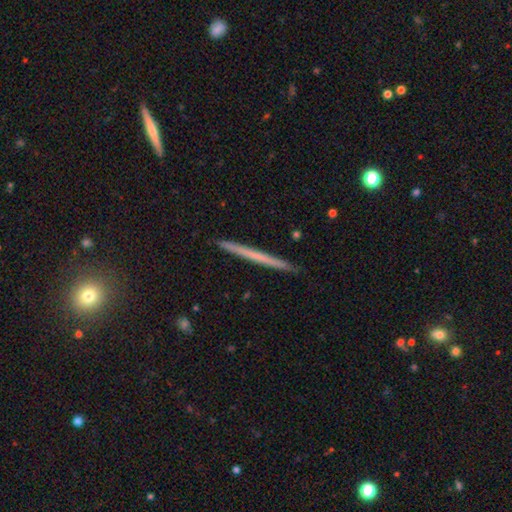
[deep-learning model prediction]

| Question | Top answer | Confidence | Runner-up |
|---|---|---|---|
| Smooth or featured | smooth | 48% | featured or disk (46%) |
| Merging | none | 92% | minor disturbance (5%) |